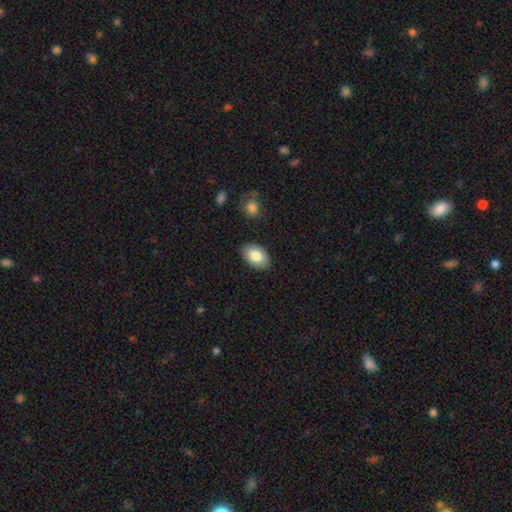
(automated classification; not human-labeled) smooth-or-featured: smooth: 82% | featured or disk: 11% | star or artifact: 7%
  how-rounded: in between: 89% | round: 10% | cigar-shaped: 1%
  merging: none: 86% | minor disturbance: 11% | major disturbance: 2% | merger: 2%